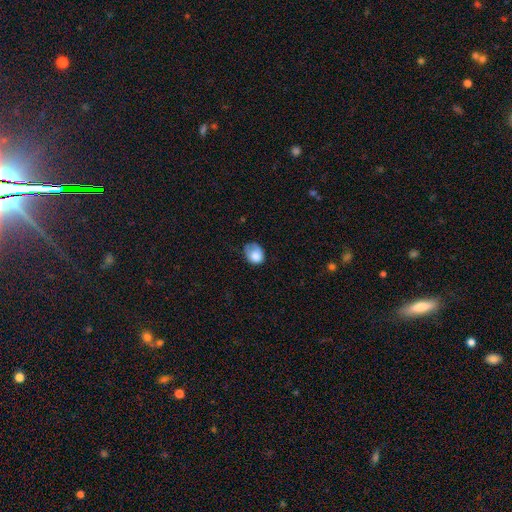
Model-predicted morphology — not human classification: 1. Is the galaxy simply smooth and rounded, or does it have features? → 76% smooth, 15% featured or disk, 9% star or artifact.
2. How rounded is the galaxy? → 52% round, 47% in between, 1% cigar-shaped.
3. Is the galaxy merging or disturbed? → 39% minor disturbance, 36% none, 22% major disturbance, 3% merger.